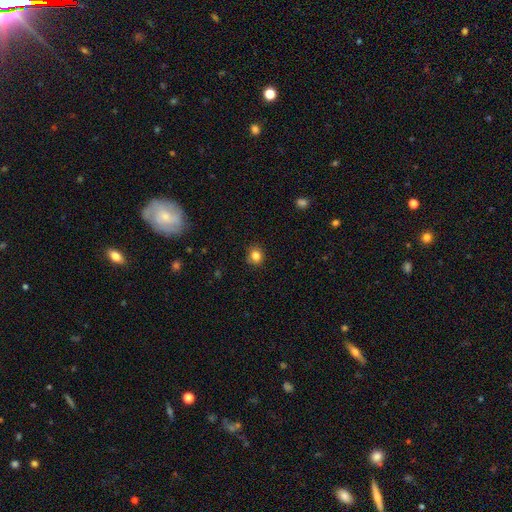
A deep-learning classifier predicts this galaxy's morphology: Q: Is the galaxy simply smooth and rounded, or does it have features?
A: smooth — 83%.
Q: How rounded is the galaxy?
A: round — 77%.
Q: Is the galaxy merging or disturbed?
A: none — 85%.